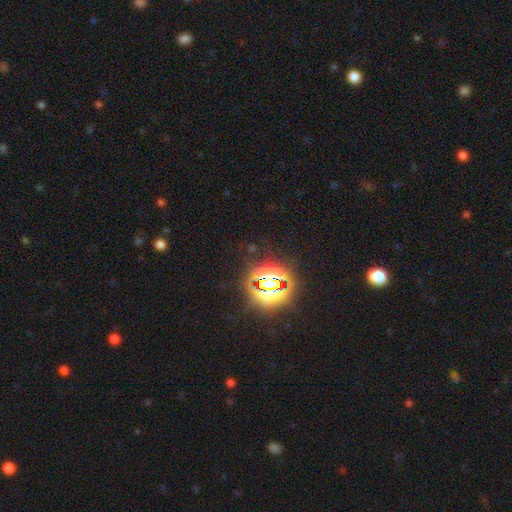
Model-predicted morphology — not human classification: star or artifact 81%, smooth 12%, featured or disk 7%.